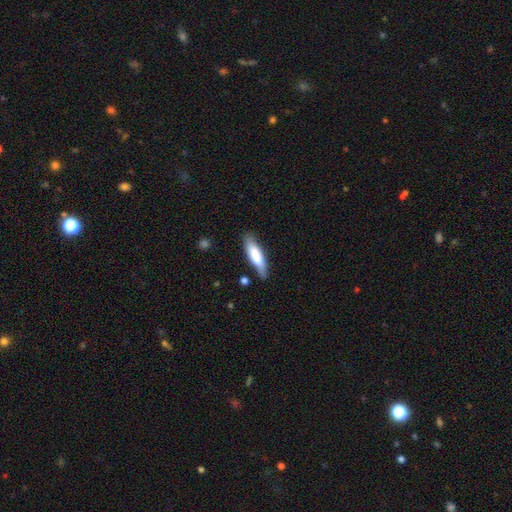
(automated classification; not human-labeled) This is likely a smooth galaxy (73%). How rounded: likely cigar-shaped (61%). Merging: likely none (74%).